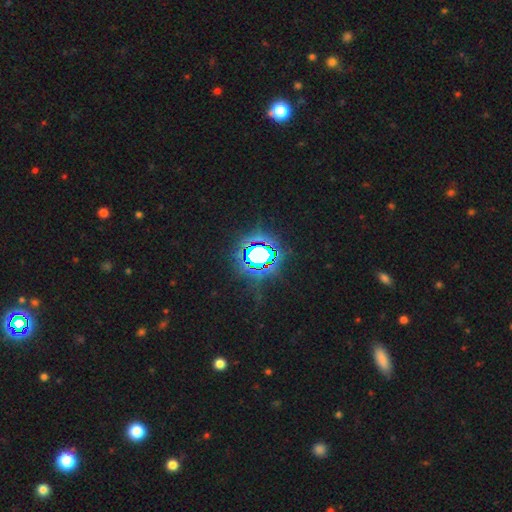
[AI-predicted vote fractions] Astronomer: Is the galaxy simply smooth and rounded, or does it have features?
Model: star or artifact — 78%.